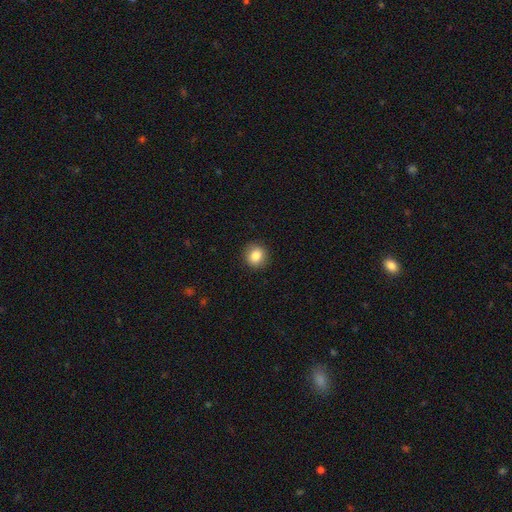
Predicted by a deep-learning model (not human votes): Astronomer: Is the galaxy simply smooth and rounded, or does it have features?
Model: smooth — 85%.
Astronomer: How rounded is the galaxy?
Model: round — 85%.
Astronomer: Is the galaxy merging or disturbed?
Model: none — 90%.